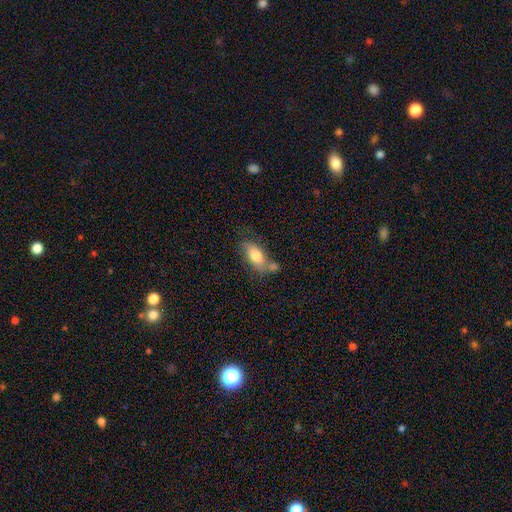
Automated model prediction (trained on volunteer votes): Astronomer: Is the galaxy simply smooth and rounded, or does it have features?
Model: smooth — 73%.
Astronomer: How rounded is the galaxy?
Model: in between — 84%.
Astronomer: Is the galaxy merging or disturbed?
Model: none — 47% (runner-up: merger, 25%).